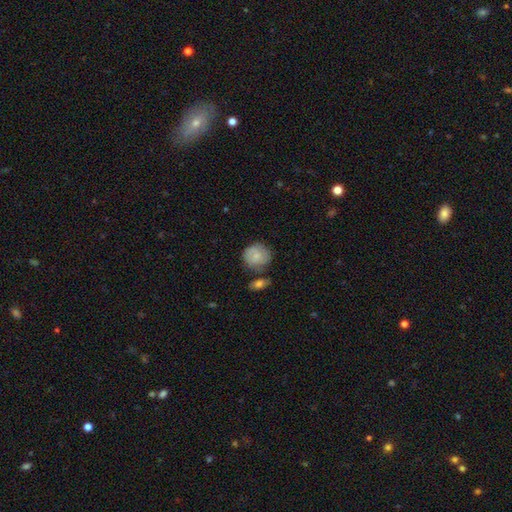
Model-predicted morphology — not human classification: type=smooth (70%); roundness=round (83%); merging=none (62%).